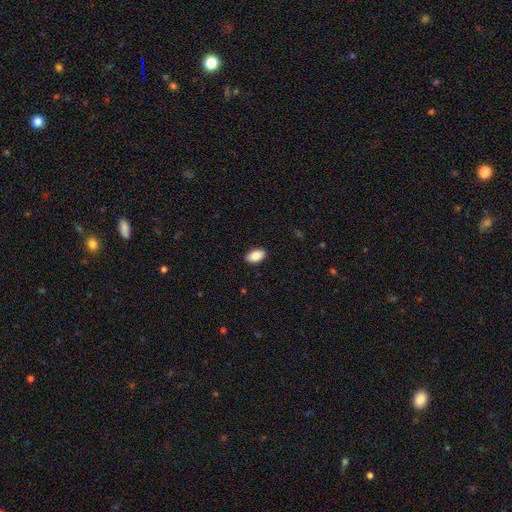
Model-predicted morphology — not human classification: smooth_or_featured: smooth (p=0.85) [alt: featured or disk p=0.08]
how_rounded: in between (p=0.93) [alt: round p=0.05]
merging: none (p=0.90) [alt: minor disturbance p=0.07]